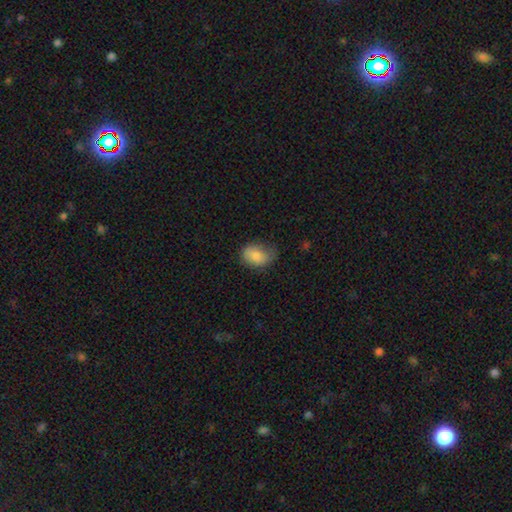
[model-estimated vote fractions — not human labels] Smooth or featured?
  - smooth: 82% *
  - featured or disk: 10%
  - star or artifact: 8%
How rounded?
  - in between: 77% *
  - round: 22%
  - cigar-shaped: 1%
Merging?
  - none: 57% *
  - minor disturbance: 32%
  - major disturbance: 9%
  - merger: 1%